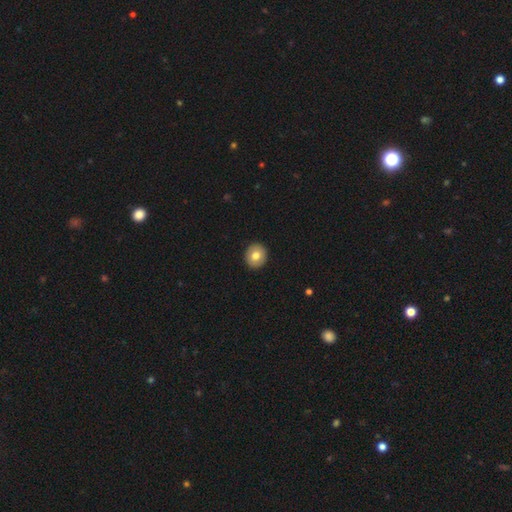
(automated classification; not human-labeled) Q: Smooth or featured?
A: smooth (77%); runner-up: featured or disk (15%)
Q: How rounded?
A: round (88%); runner-up: in between (11%)
Q: Merging?
A: none (93%); runner-up: minor disturbance (5%)